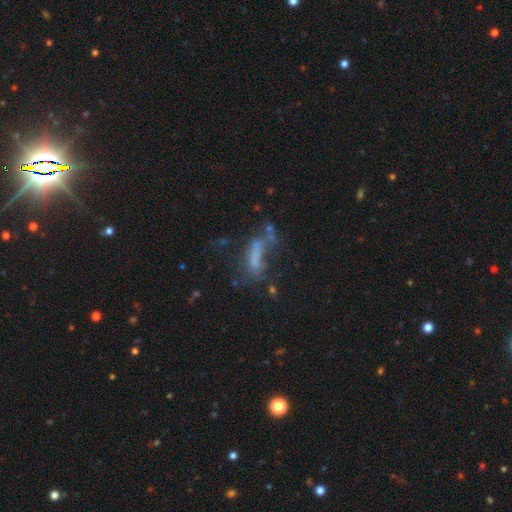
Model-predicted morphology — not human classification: A smooth galaxy with no disk features (41%).

Vote fractions:
- Smooth or featured? smooth: 41% / featured or disk: 39% / star or artifact: 20%
- Merging? major disturbance: 35% / none: 30% / merger: 18% / minor disturbance: 18%